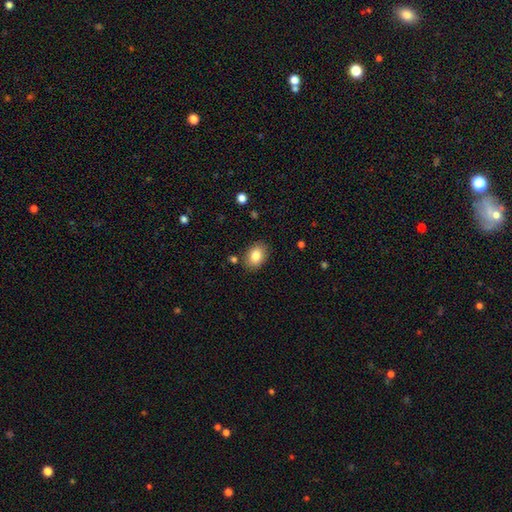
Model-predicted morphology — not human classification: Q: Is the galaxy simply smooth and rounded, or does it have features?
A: smooth — 84%.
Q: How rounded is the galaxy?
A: in between — 78%.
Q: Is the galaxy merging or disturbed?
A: none — 84%.